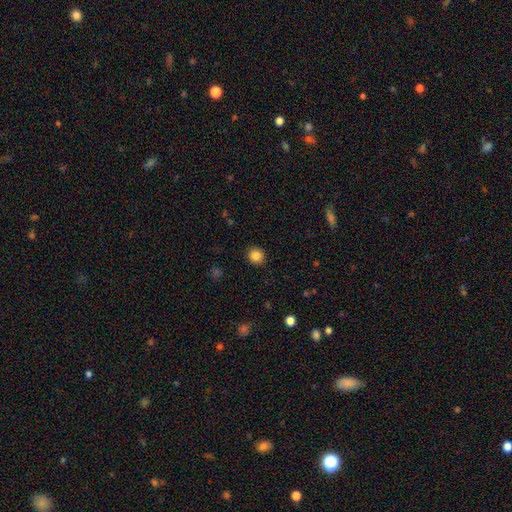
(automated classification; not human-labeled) Smooth or featured? smooth (85%)
How rounded? round (85%)
Merging? none (91%)